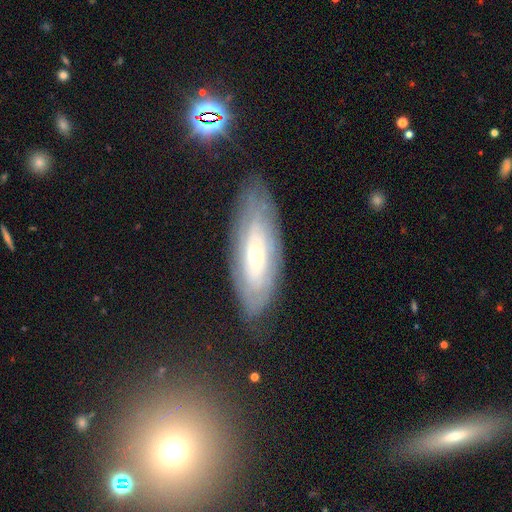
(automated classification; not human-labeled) featured or disk 69%, smooth 24%, star or artifact 8%. Down the decision tree: edge-on disk — no (80%); bar — no (70%); spiral arms — yes (72%); bulge size — moderate (49%); merging — none (78%).